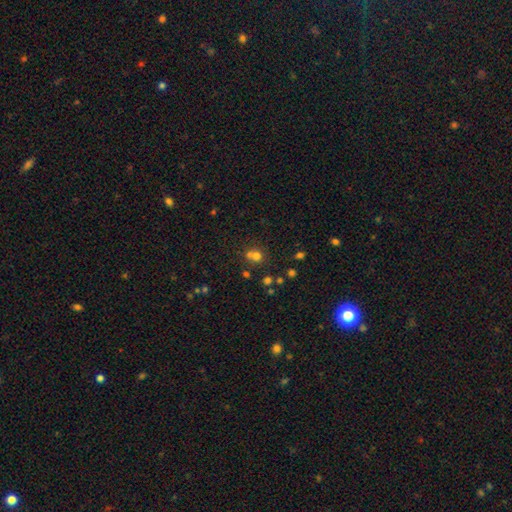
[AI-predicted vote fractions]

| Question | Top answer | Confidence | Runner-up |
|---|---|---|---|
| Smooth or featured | smooth | 65% | star or artifact (22%) |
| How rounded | round | 81% | in between (18%) |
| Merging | none | 45% | merger (44%) |